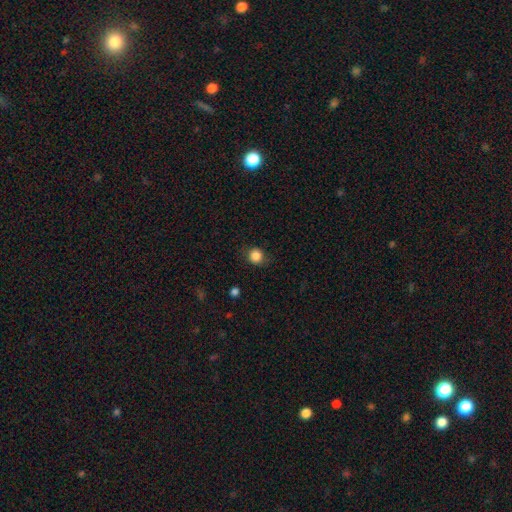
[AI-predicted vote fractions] Smooth or featured? Predicted: smooth (p=0.85). How rounded? Predicted: round (p=0.89). Merging? Predicted: none (p=0.82).